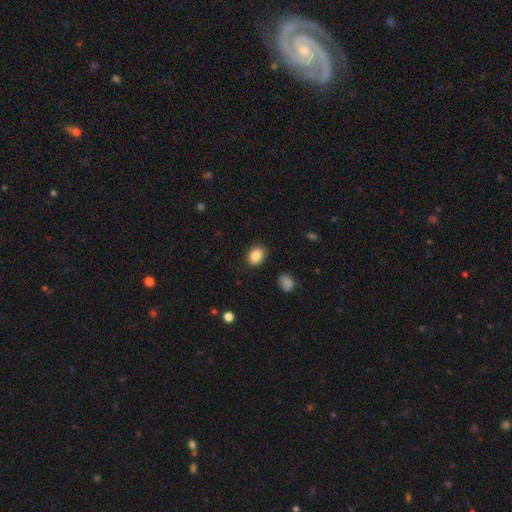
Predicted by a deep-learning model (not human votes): This appears to be a smooth galaxy with no disk features (87%) that is in between round and cigar-shaped (60%). Merging: none (86%).